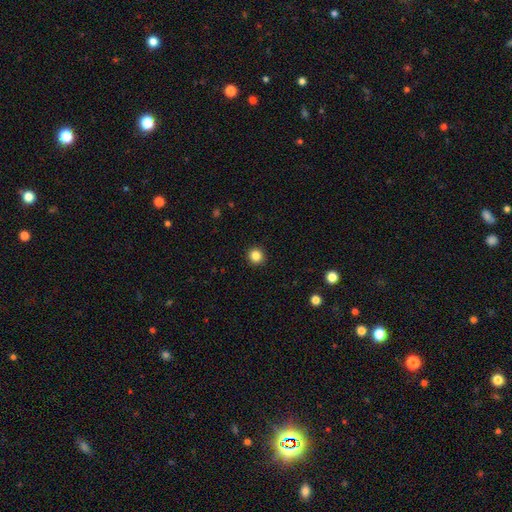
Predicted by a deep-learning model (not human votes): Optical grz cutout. It shows a smooth galaxy with no disk features (84%) that is round (94%). Merging: none (93%).